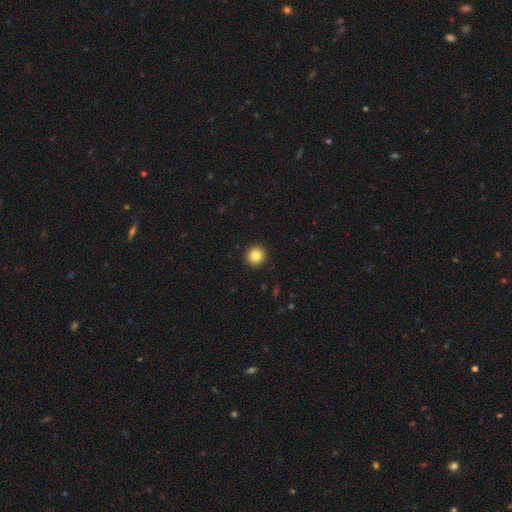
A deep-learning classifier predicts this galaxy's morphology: Smooth or featured?
  - smooth: 83% *
  - star or artifact: 10%
  - featured or disk: 7%
How rounded?
  - round: 95% *
  - in between: 4%
  - cigar-shaped: 1%
Merging?
  - none: 93% *
  - minor disturbance: 4%
  - major disturbance: 2%
  - merger: 1%